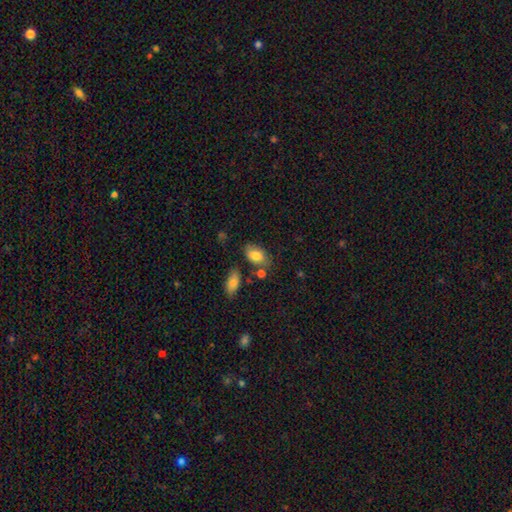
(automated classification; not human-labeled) A smooth galaxy with no disk features (81%) that is in between round and cigar-shaped (89%). Merging: none (64%).